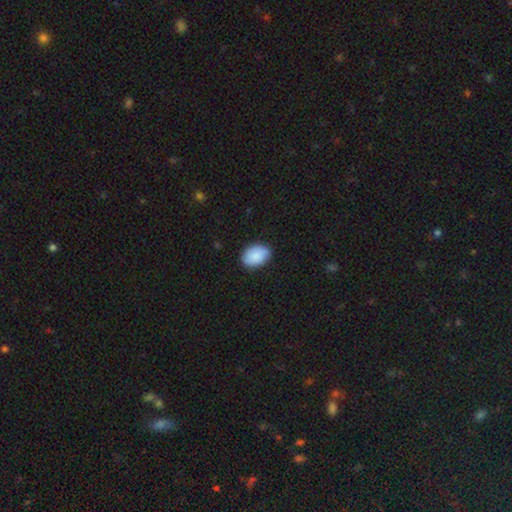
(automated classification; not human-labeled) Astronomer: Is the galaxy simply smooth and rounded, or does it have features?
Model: smooth — 89%.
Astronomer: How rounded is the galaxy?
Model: in between — 83%.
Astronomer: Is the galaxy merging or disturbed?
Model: none — 85%.